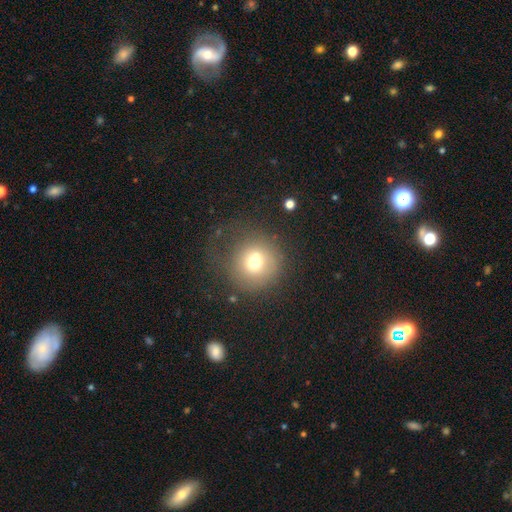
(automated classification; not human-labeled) This is likely a smooth galaxy (68%). How rounded: clearly round (90%). Merging: possibly none (52%).